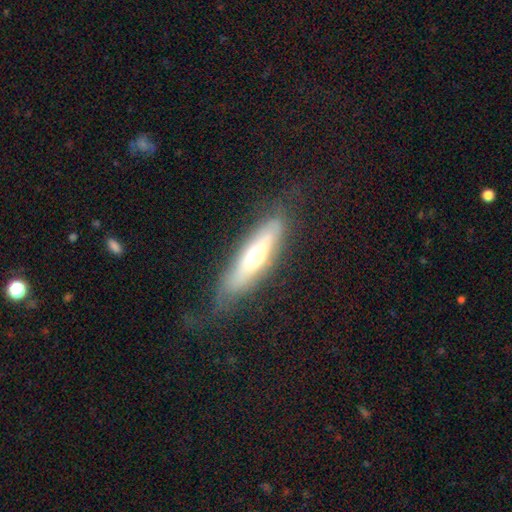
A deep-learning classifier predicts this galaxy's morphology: This is possibly a featured or disk galaxy (47%). Merging: likely none (71%).